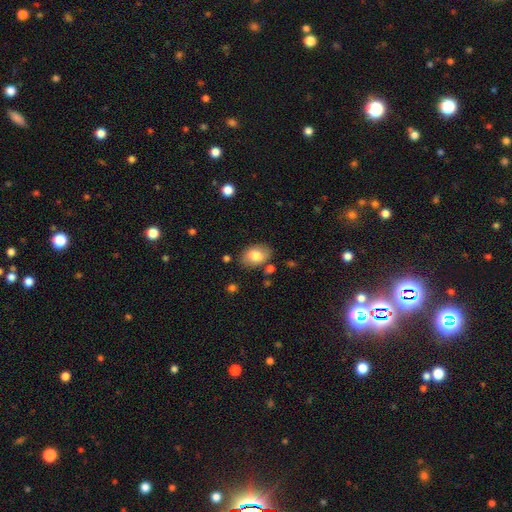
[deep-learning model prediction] Smooth or featured?
  - smooth: 79% *
  - featured or disk: 14%
  - star or artifact: 7%
How rounded?
  - in between: 80% *
  - round: 19%
  - cigar-shaped: 1%
Merging?
  - none: 80% *
  - minor disturbance: 13%
  - merger: 4%
  - major disturbance: 3%